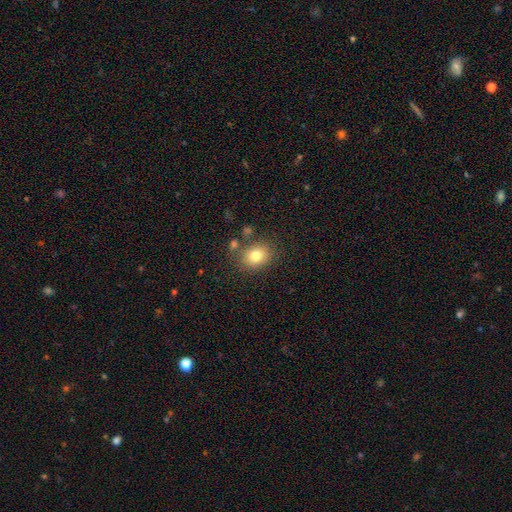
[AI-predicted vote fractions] Smooth or featured?
  - smooth: 80% *
  - star or artifact: 11%
  - featured or disk: 10%
How rounded?
  - round: 50% *
  - in between: 49%
  - cigar-shaped: 1%
Merging?
  - none: 78% *
  - minor disturbance: 11%
  - merger: 7%
  - major disturbance: 4%